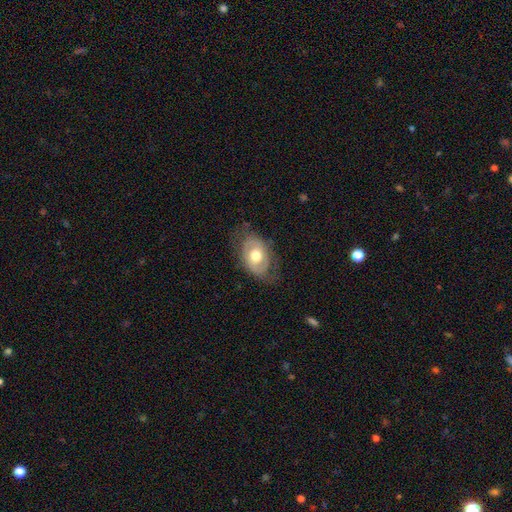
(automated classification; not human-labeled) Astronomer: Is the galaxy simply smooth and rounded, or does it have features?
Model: featured or disk — 49% (runner-up: smooth, 45%).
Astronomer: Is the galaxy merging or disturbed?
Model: none — 67%.